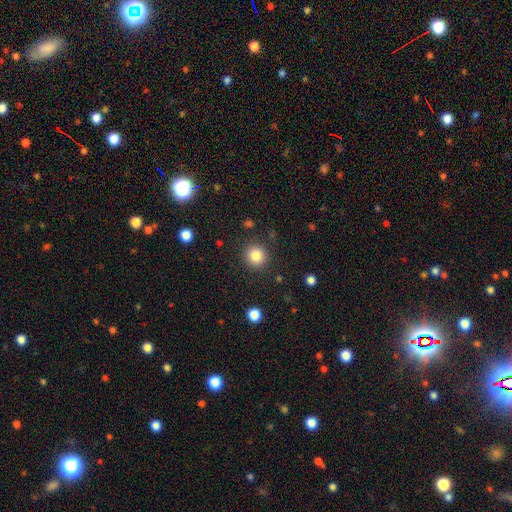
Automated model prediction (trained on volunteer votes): smooth_or_featured: smooth (p=0.84) [alt: star or artifact p=0.10]
how_rounded: round (p=0.92) [alt: in between p=0.07]
merging: none (p=0.89) [alt: minor disturbance p=0.07]